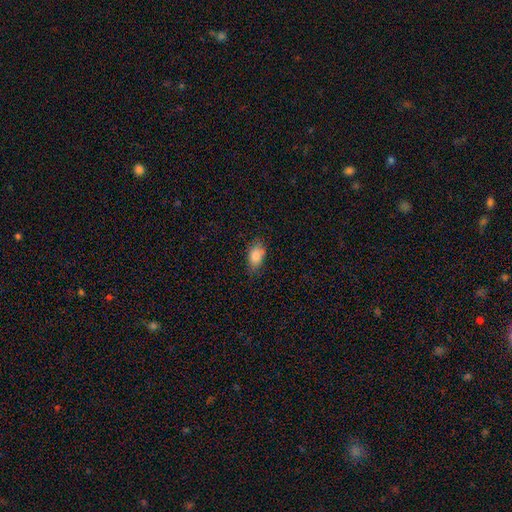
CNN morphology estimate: Smooth or featured?
  - smooth: 83% *
  - featured or disk: 9%
  - star or artifact: 8%
How rounded?
  - in between: 86% *
  - round: 11%
  - cigar-shaped: 3%
Merging?
  - none: 71% *
  - minor disturbance: 22%
  - major disturbance: 4%
  - merger: 2%